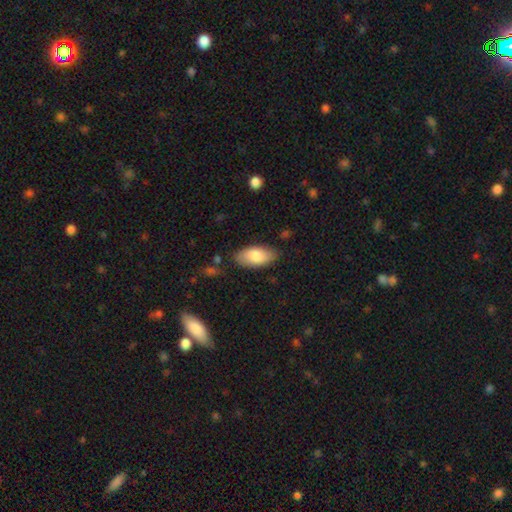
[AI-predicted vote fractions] smooth-or-featured: smooth: 81% | featured or disk: 13% | star or artifact: 6%
  how-rounded: in between: 93% | cigar-shaped: 5% | round: 2%
  merging: none: 83% | minor disturbance: 13% | major disturbance: 3% | merger: 2%